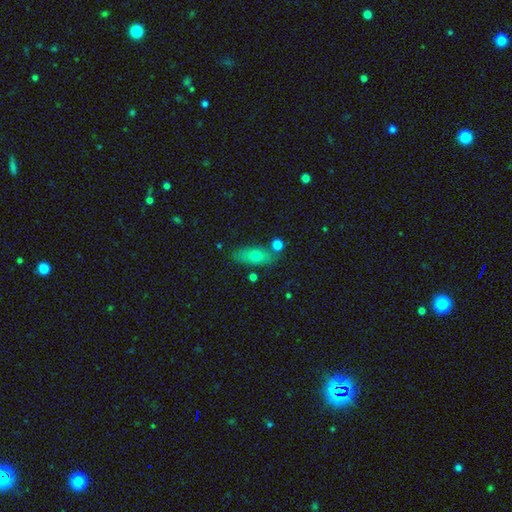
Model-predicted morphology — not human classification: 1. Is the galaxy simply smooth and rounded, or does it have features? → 72% smooth, 20% featured or disk, 9% star or artifact.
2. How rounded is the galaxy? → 77% in between, 16% cigar-shaped, 7% round.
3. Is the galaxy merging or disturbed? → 69% none, 16% minor disturbance, 11% merger, 4% major disturbance.